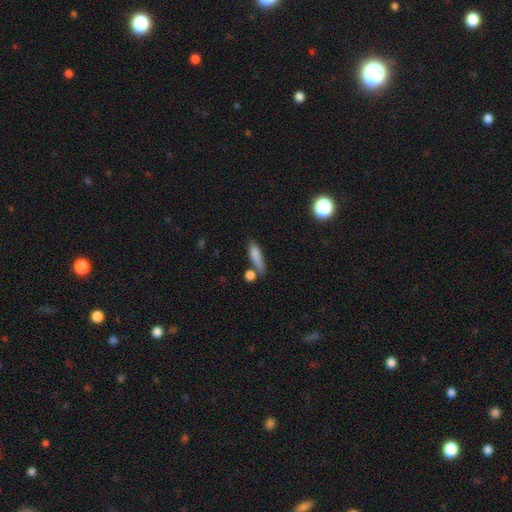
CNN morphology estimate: smooth_or_featured: smooth (p=0.77) [alt: featured or disk p=0.14]
how_rounded: cigar-shaped (p=0.64) [alt: in between p=0.32]
merging: none (p=0.59) [alt: minor disturbance p=0.18]